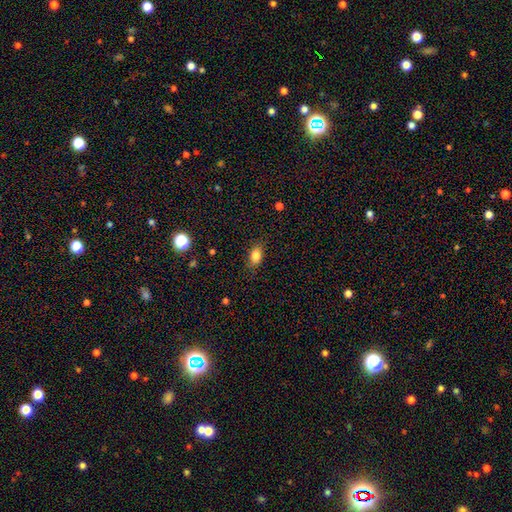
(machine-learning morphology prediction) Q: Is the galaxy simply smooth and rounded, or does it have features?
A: smooth — 83%.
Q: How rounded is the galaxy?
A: in between — 82%.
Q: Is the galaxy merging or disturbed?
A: none — 81%.